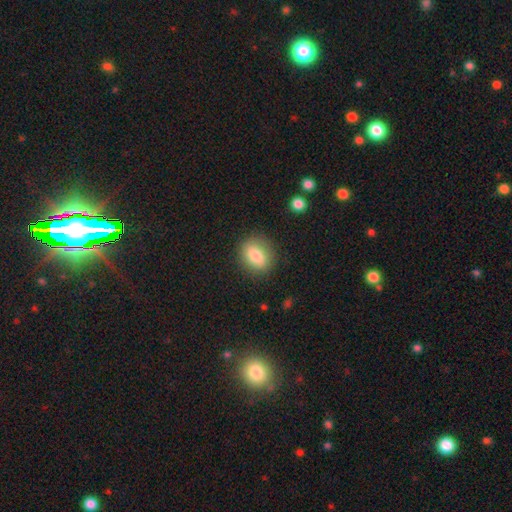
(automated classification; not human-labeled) The model was most divided on "how rounded": in between: 52%, round: 46%, cigar-shaped: 2%. More confident: merging — none (84%); smooth or featured — smooth (80%).